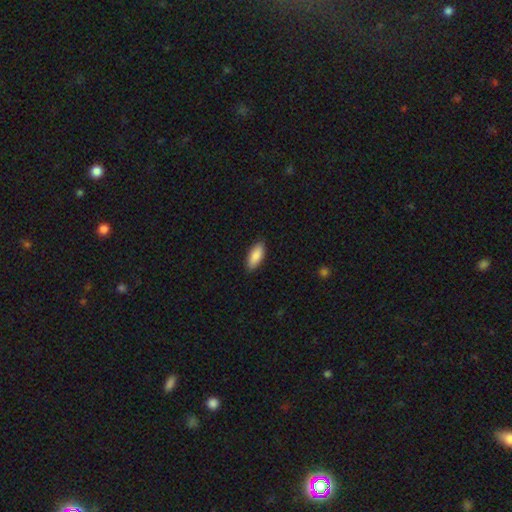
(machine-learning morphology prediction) Smooth or featured?
  - smooth: 88% *
  - featured or disk: 6%
  - star or artifact: 6%
How rounded?
  - in between: 83% *
  - cigar-shaped: 15%
  - round: 2%
Merging?
  - none: 88% *
  - minor disturbance: 9%
  - major disturbance: 2%
  - merger: 1%